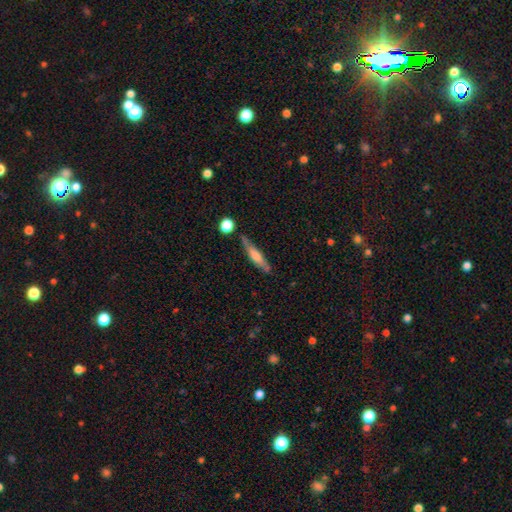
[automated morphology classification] The model was most divided on "smooth or featured": featured or disk: 50%, smooth: 43%, star or artifact: 7%. More confident: edge-on disk — yes (91%); merging — none (77%).